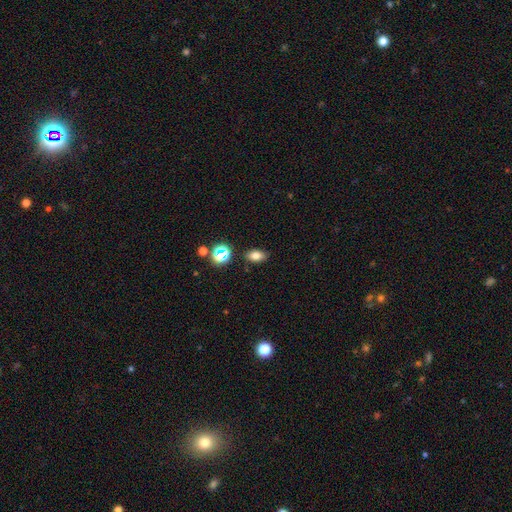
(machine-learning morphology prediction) Smooth or featured?
  - smooth: 75% *
  - star or artifact: 15%
  - featured or disk: 10%
How rounded?
  - in between: 84% *
  - round: 13%
  - cigar-shaped: 3%
Merging?
  - none: 84% *
  - minor disturbance: 10%
  - merger: 4%
  - major disturbance: 3%